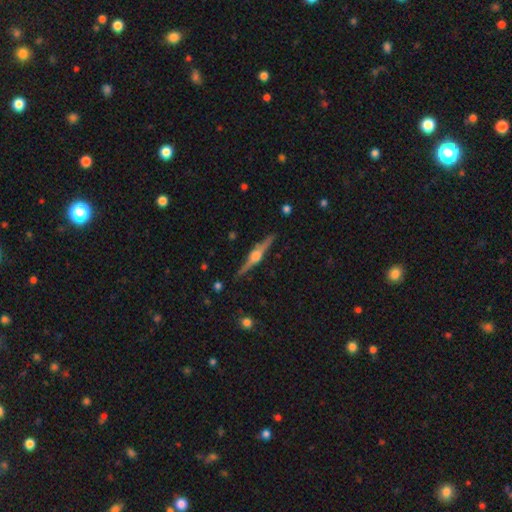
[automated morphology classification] Smooth or featured?
  - featured or disk: 83% *
  - smooth: 12%
  - star or artifact: 6%
Edge-on disk?
  - yes: 98% *
  - no: 2%
Edge-on bulge?
  - rounded: 92% *
  - boxy: 6%
  - none: 2%
Merging?
  - none: 90% *
  - minor disturbance: 7%
  - major disturbance: 2%
  - merger: 1%